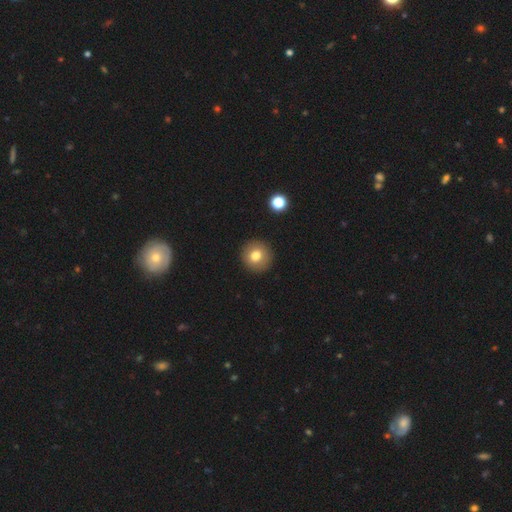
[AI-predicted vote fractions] Overall: smooth (77%). How rounded: round (94%). Merging: none (92%).